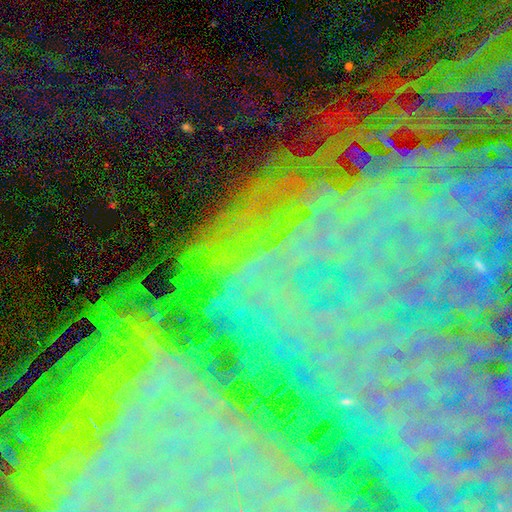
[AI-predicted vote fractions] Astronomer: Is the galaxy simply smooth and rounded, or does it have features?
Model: star or artifact — 67%.